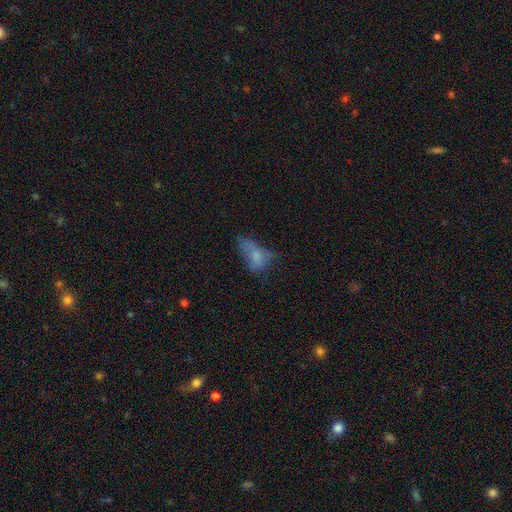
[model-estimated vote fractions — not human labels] Smooth or featured? smooth (57%)
How rounded? in between (85%)
Merging? major disturbance (42%)